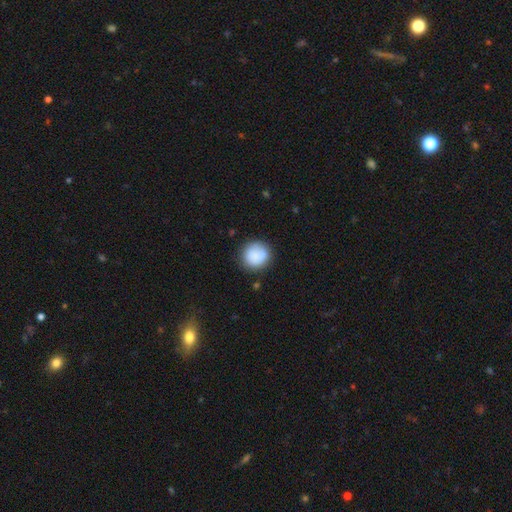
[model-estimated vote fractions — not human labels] A smooth galaxy with no disk features (85%) that is round (88%).

Vote fractions:
- Smooth or featured? smooth: 85% / star or artifact: 8% / featured or disk: 7%
- How rounded? round: 88% / in between: 11% / cigar-shaped: 1%
- Merging? none: 77% / minor disturbance: 14% / major disturbance: 4% / merger: 4%